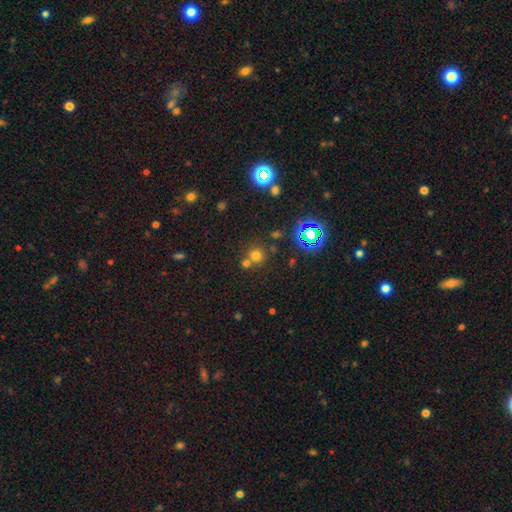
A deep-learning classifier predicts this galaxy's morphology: This appears to be a smooth galaxy with no disk features (62%) that is round (89%). Merging: none (58%).